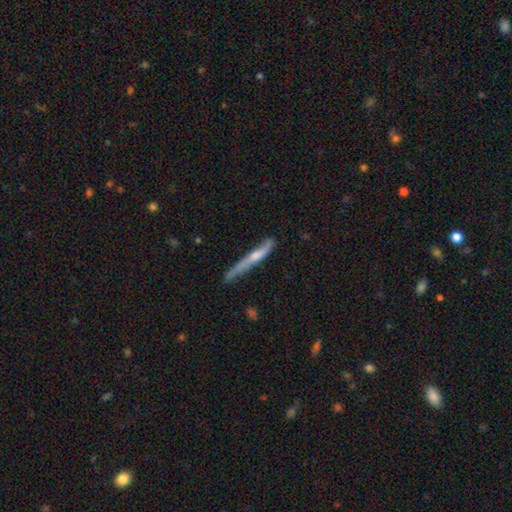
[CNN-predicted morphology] This is possibly a featured or disk galaxy (49%). Merging: likely none (62%).